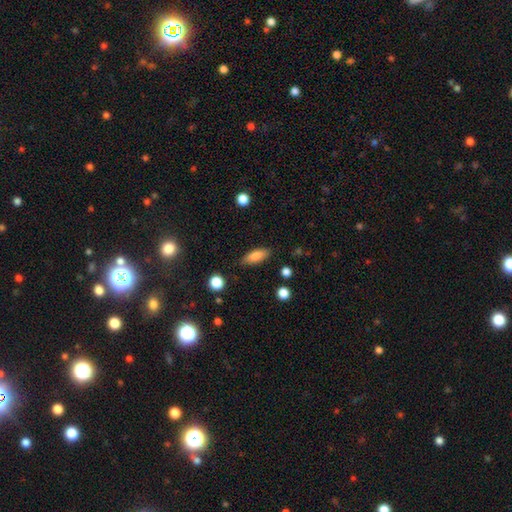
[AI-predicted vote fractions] smooth-or-featured: smooth: 82% | featured or disk: 11% | star or artifact: 7%
  how-rounded: in between: 72% | cigar-shaped: 26% | round: 3%
  merging: none: 84% | minor disturbance: 11% | major disturbance: 3% | merger: 2%